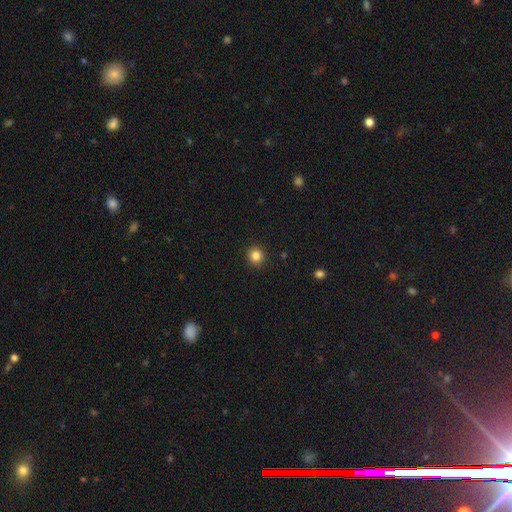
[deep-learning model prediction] This appears to be a smooth galaxy with no disk features (84%) that is round (92%). Merging: none (92%).